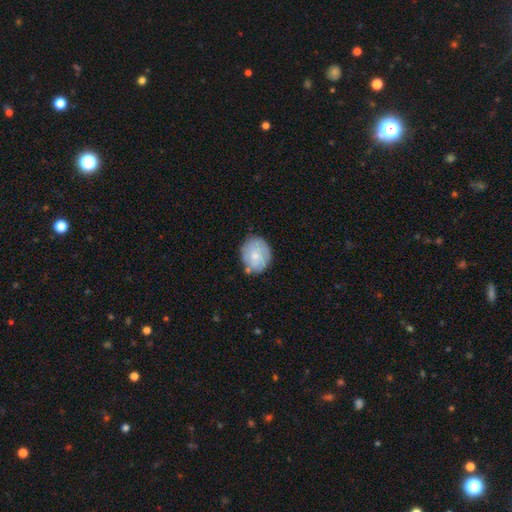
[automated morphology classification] Overall: smooth (47%; featured or disk 46%). Merging: none (71%).